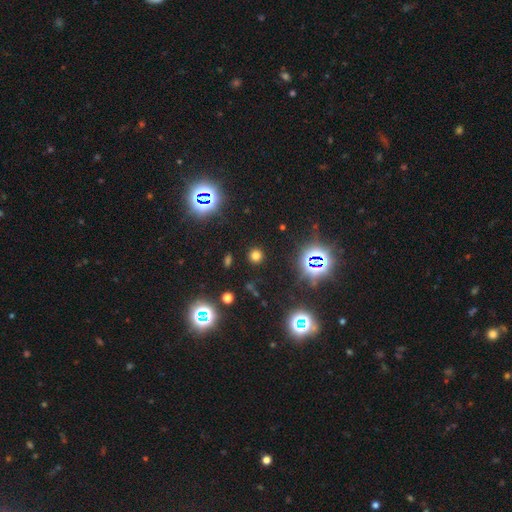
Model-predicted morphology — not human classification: Smooth or featured? Predicted: smooth (p=0.64). How rounded? Predicted: round (p=0.90). Merging? Predicted: none (p=0.89).